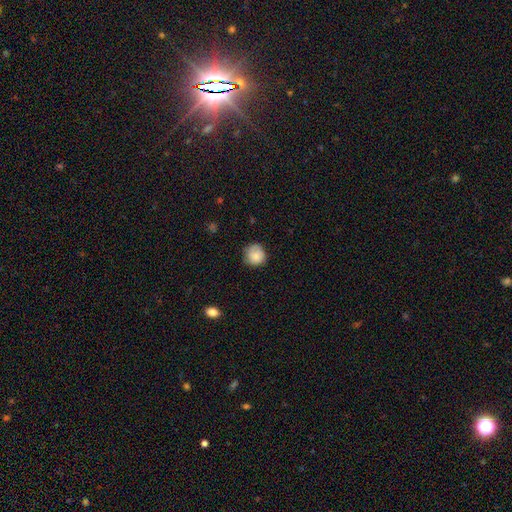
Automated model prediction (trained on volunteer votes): This appears to be a smooth galaxy with no disk features (74%) that is round (89%). Merging: none (72%).